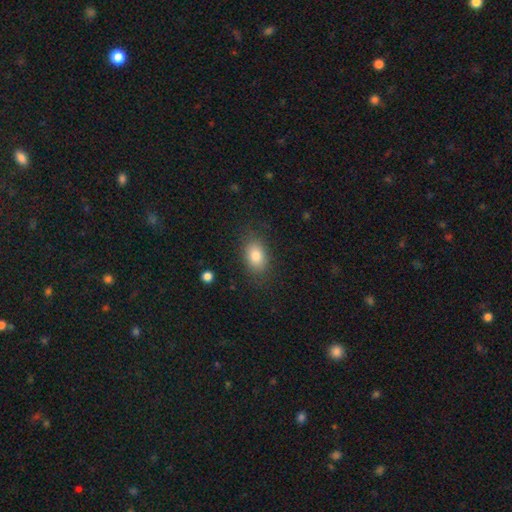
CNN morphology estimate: smooth_or_featured: smooth (p=0.83) [alt: featured or disk p=0.09]
how_rounded: in between (p=0.85) [alt: round p=0.13]
merging: none (p=0.82) [alt: minor disturbance p=0.12]